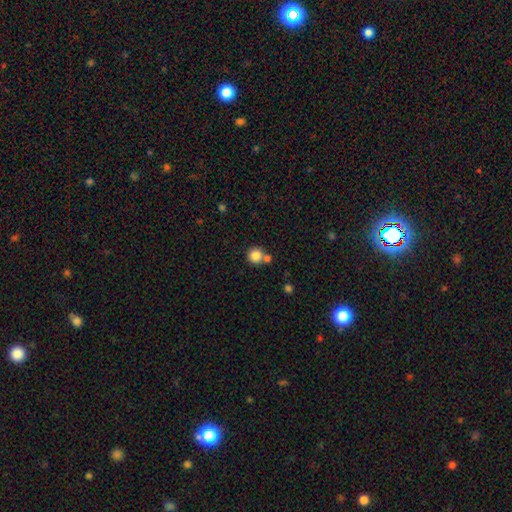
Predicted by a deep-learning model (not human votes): Smooth or featured?
  - smooth: 84% *
  - star or artifact: 10%
  - featured or disk: 6%
How rounded?
  - round: 93% *
  - in between: 6%
  - cigar-shaped: 1%
Merging?
  - none: 62% *
  - merger: 27%
  - minor disturbance: 8%
  - major disturbance: 3%